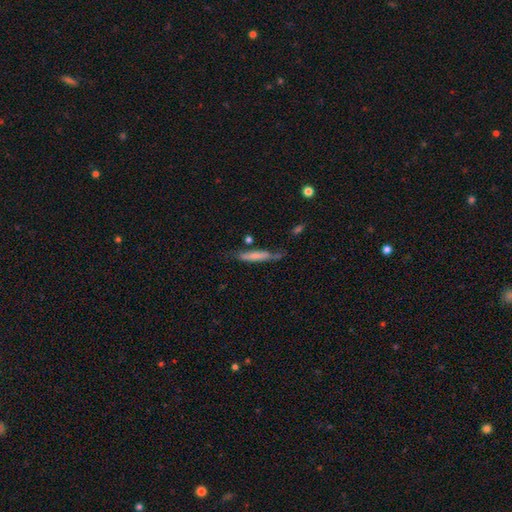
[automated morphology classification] This appears to be a smooth galaxy with no disk features (61%) that is cigar-shaped (91%). Merging: none (62%).